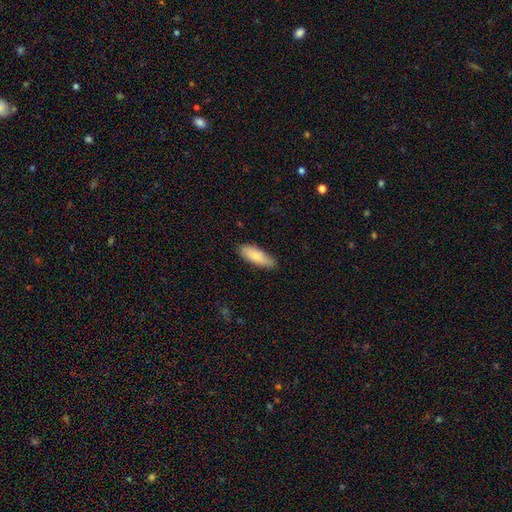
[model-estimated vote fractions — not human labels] smooth-or-featured: smooth: 80% | featured or disk: 14% | star or artifact: 6%
  how-rounded: in between: 62% | cigar-shaped: 36% | round: 2%
  merging: none: 77% | minor disturbance: 19% | major disturbance: 3% | merger: 1%